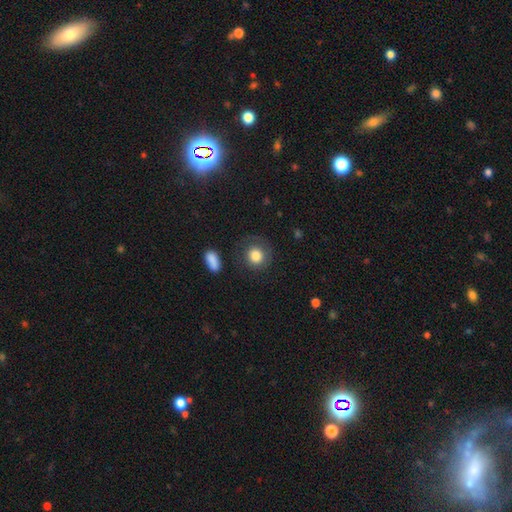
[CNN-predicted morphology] This is clearly a smooth galaxy (80%). How rounded: clearly round (85%). Merging: likely none (71%).